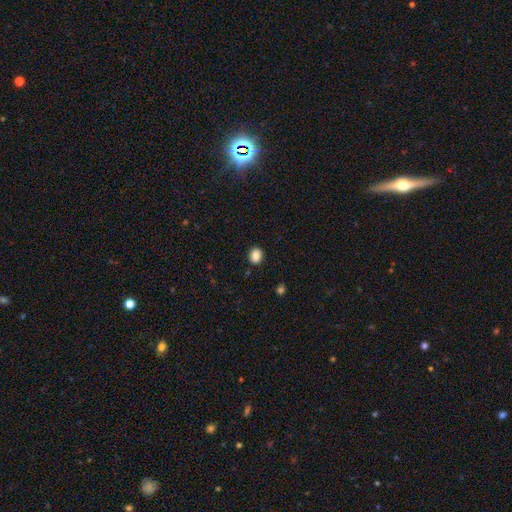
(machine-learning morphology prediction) The model was most divided on "how rounded": round: 61%, in between: 38%, cigar-shaped: 1%. More confident: merging — none (89%); smooth or featured — smooth (86%).